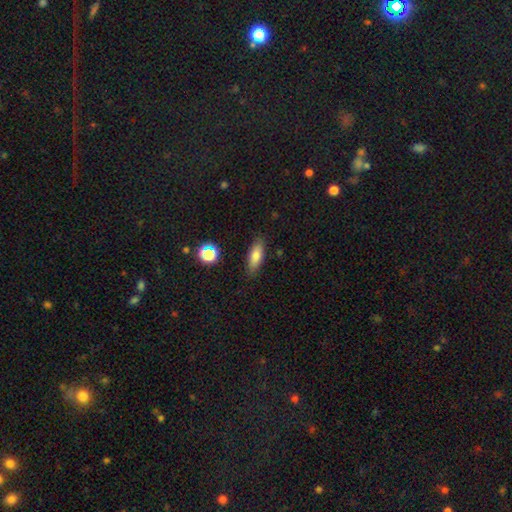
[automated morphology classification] Smooth or featured: smooth — 79% (featured or disk — 12%)
How rounded: in between — 67% (cigar-shaped — 30%)
Merging: none — 85% (minor disturbance — 11%)